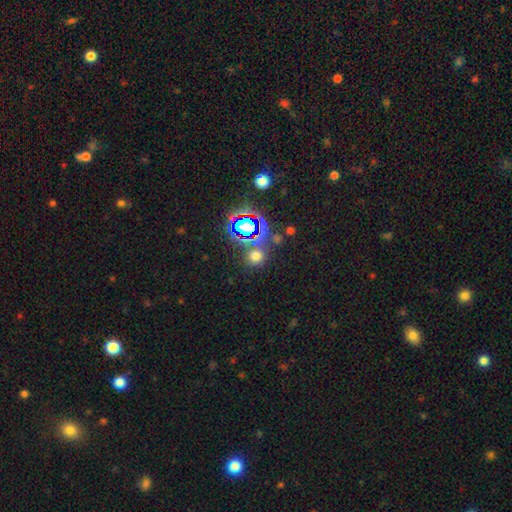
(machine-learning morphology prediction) Q: Smooth or featured?
A: smooth (60%); runner-up: star or artifact (33%)
Q: How rounded?
A: round (84%); runner-up: in between (15%)
Q: Merging?
A: none (75%); runner-up: merger (11%)